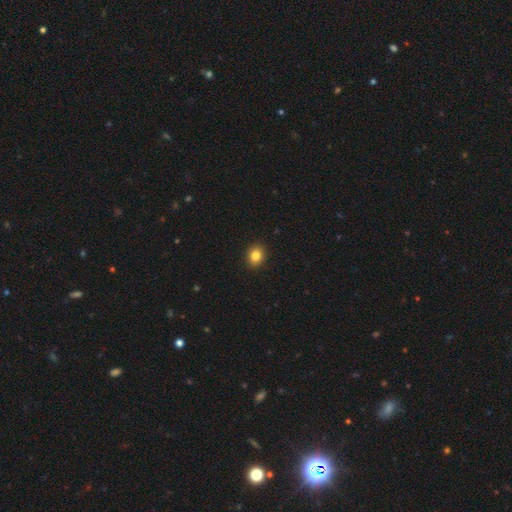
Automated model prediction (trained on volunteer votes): Smooth or featured?
  - smooth: 84% *
  - star or artifact: 10%
  - featured or disk: 6%
How rounded?
  - round: 62% *
  - in between: 37%
  - cigar-shaped: 1%
Merging?
  - none: 92% *
  - minor disturbance: 6%
  - major disturbance: 2%
  - merger: 1%